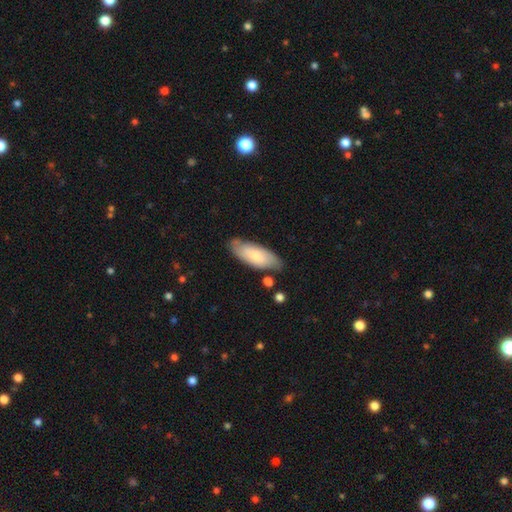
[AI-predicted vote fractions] Smooth or featured: smooth — 65% (featured or disk — 30%)
How rounded: in between — 76% (cigar-shaped — 23%)
Merging: none — 73% (minor disturbance — 19%)